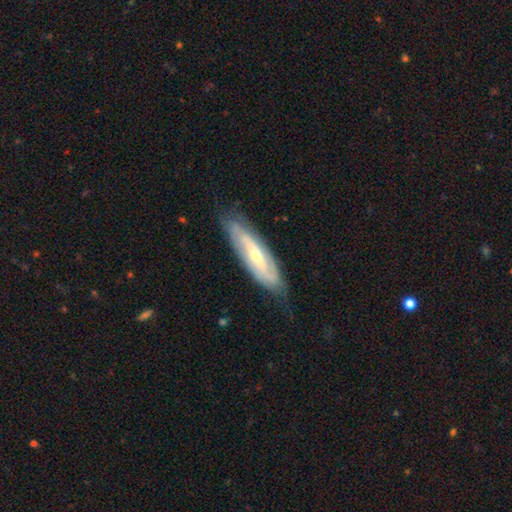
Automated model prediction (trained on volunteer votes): Smooth or featured? featured or disk (73%)
Edge-on disk? no (72%)
Bar? no (40%)
Spiral arms? yes (82%)
Bulge size? small (50%)
Merging? none (74%)